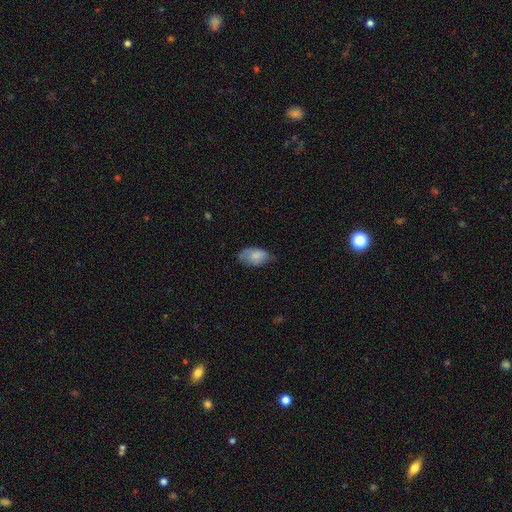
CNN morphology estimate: smooth-or-featured: smooth: 77% | featured or disk: 16% | star or artifact: 7%
  how-rounded: in between: 94% | round: 4% | cigar-shaped: 2%
  merging: none: 62% | minor disturbance: 30% | major disturbance: 7% | merger: 1%